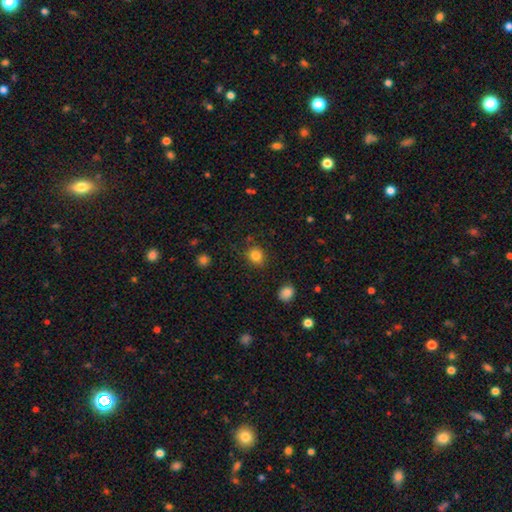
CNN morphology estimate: A smooth galaxy with no disk features (83%) that is round (76%).

Vote fractions:
- Smooth or featured? smooth: 83% / star or artifact: 12% / featured or disk: 6%
- How rounded? round: 76% / in between: 23% / cigar-shaped: 1%
- Merging? none: 84% / minor disturbance: 11% / major disturbance: 3% / merger: 2%